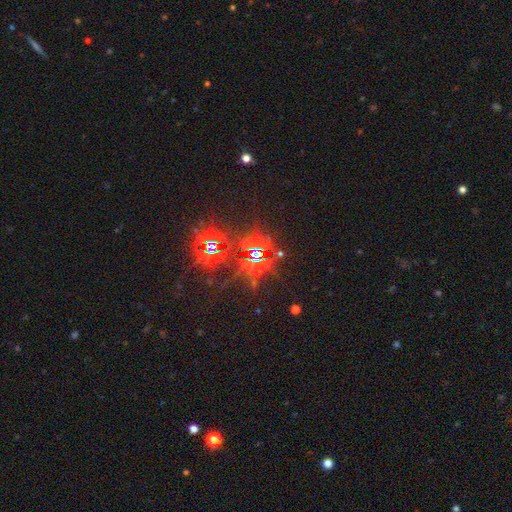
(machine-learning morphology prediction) smooth-or-featured: star or artifact: 85% | featured or disk: 8% | smooth: 7%